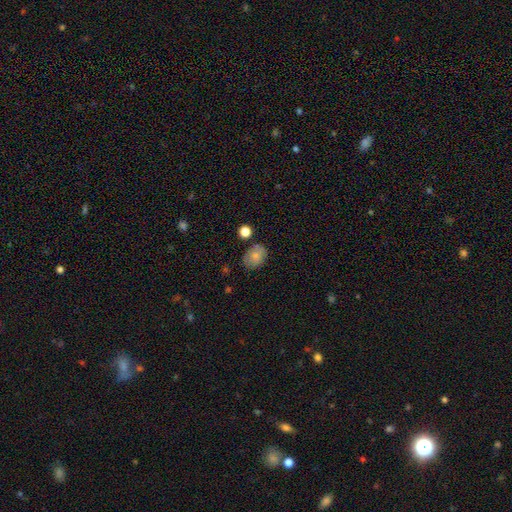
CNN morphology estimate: smooth-or-featured: smooth: 77% | featured or disk: 15% | star or artifact: 9%
  how-rounded: in between: 72% | round: 27% | cigar-shaped: 1%
  merging: none: 72% | minor disturbance: 18% | merger: 5% | major disturbance: 5%